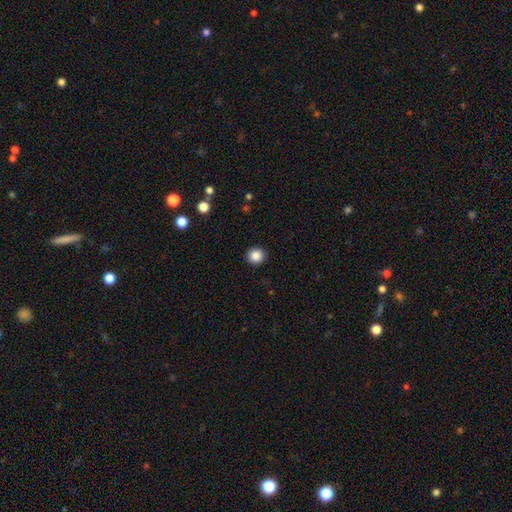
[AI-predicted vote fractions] Q: Smooth or featured?
A: smooth (86%); runner-up: star or artifact (10%)
Q: How rounded?
A: round (91%); runner-up: in between (8%)
Q: Merging?
A: none (92%); runner-up: minor disturbance (5%)